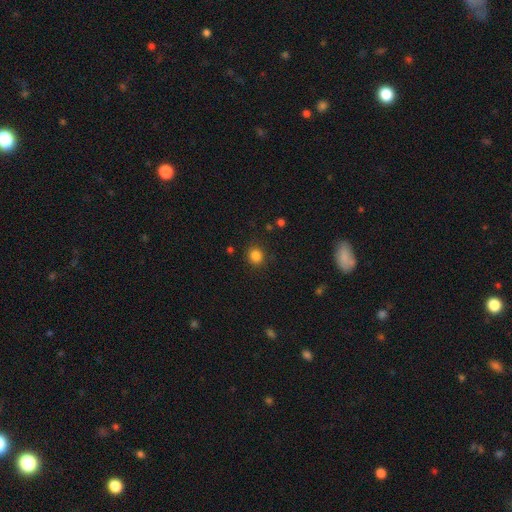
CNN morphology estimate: A smooth galaxy with no disk features (84%) that is round (85%). Merging: none (89%).